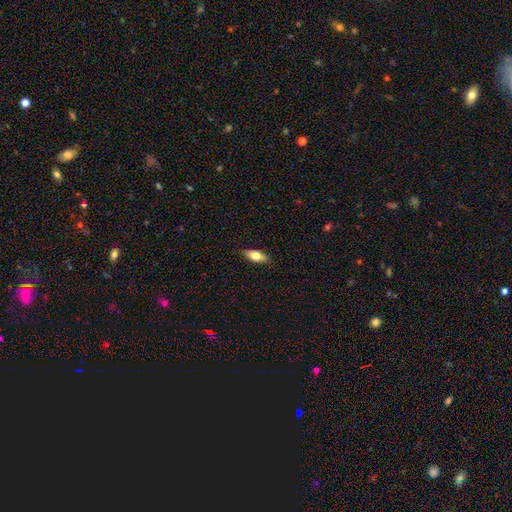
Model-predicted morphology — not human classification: Smooth or featured? smooth (73%)
How rounded? in between (78%)
Merging? none (88%)